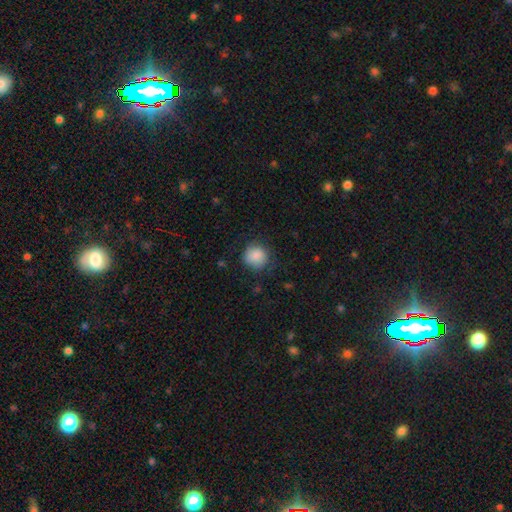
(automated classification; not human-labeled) Smooth or featured?
  - smooth: 85% *
  - star or artifact: 8%
  - featured or disk: 7%
How rounded?
  - round: 89% *
  - in between: 11%
  - cigar-shaped: 1%
Merging?
  - none: 75% *
  - minor disturbance: 18%
  - major disturbance: 6%
  - merger: 1%